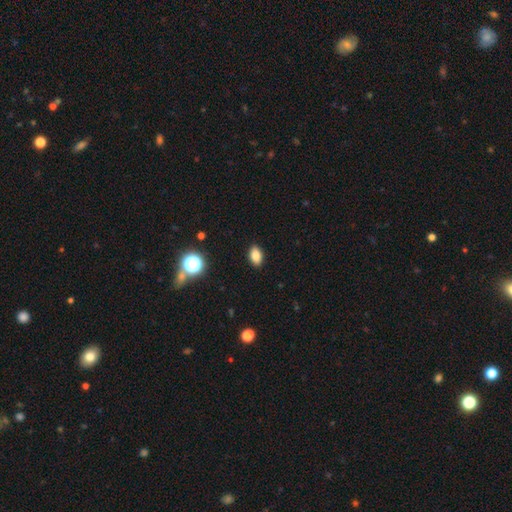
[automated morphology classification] Smooth or featured? smooth (83%)
How rounded? in between (88%)
Merging? none (89%)